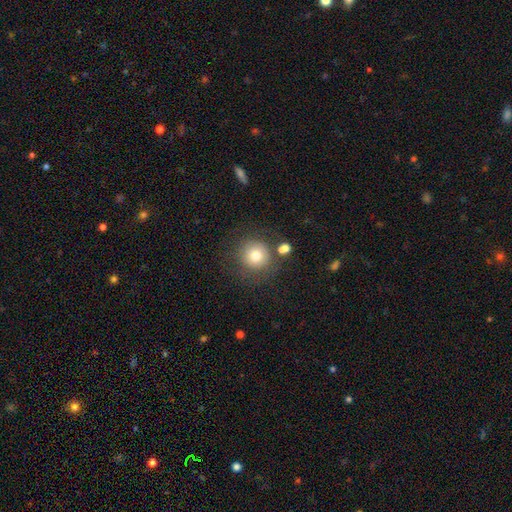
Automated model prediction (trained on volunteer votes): smooth-or-featured: smooth: 76% | featured or disk: 12% | star or artifact: 11%
  how-rounded: round: 94% | in between: 5% | cigar-shaped: 1%
  merging: none: 72% | minor disturbance: 12% | merger: 9% | major disturbance: 6%